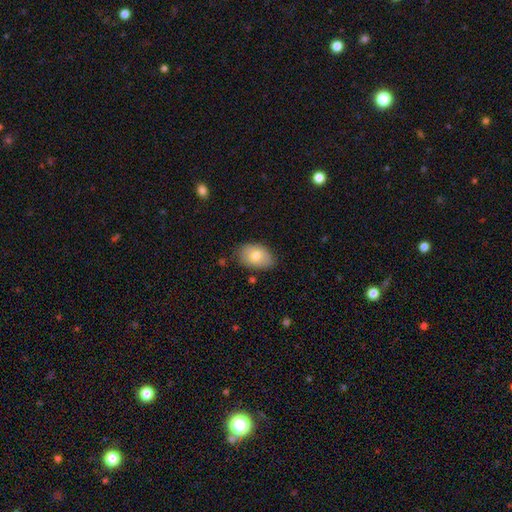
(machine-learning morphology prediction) smooth_or_featured: smooth (p=0.79) [alt: featured or disk p=0.14]
how_rounded: in between (p=0.88) [alt: round p=0.11]
merging: none (p=0.77) [alt: minor disturbance p=0.18]